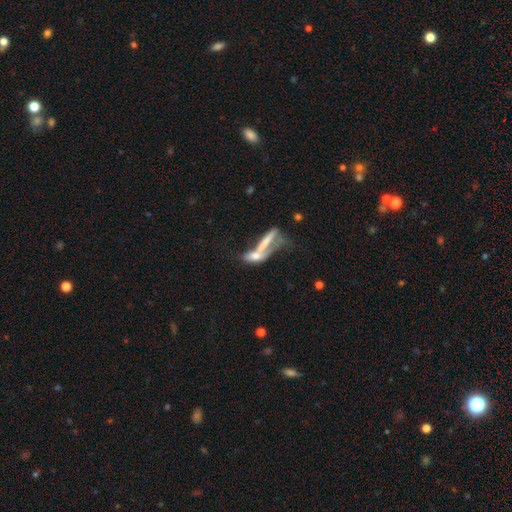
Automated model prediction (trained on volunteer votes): Morphology: type=smooth (53%); roundness=cigar-shaped (64%); merging=merger (57%).